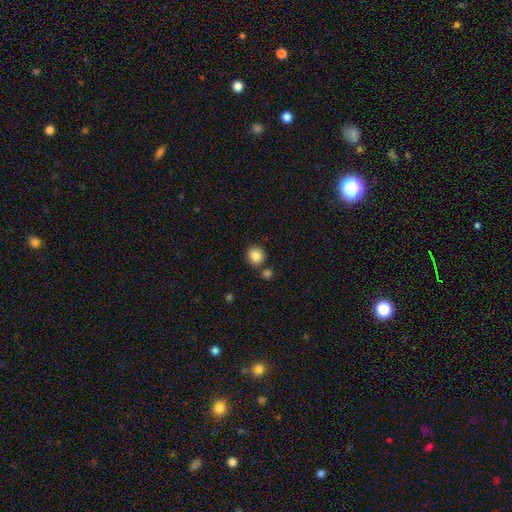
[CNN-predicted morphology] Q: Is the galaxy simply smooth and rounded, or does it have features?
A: smooth — 86%.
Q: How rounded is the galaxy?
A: round — 79%.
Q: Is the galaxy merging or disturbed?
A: none — 76%.